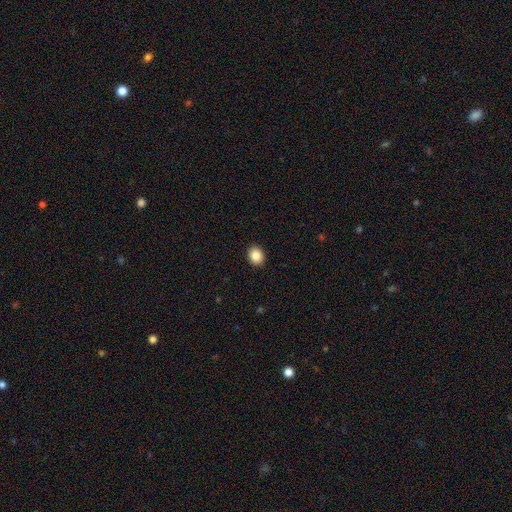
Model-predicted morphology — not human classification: The model was most divided on "how rounded": round: 59%, in between: 40%, cigar-shaped: 1%. More confident: merging — none (92%); smooth or featured — smooth (86%).